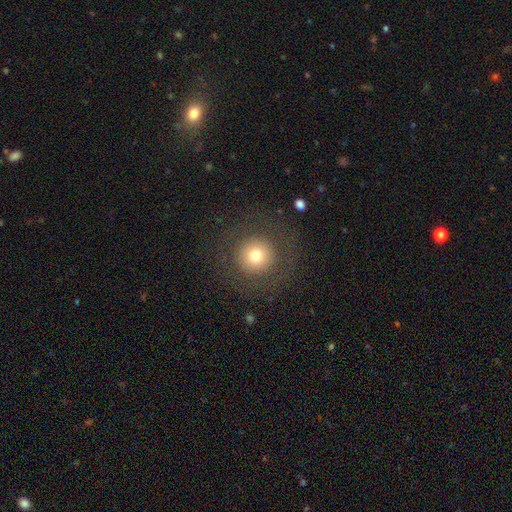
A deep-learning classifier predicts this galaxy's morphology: smooth_or_featured: smooth (p=0.71) [alt: featured or disk p=0.17]
how_rounded: round (p=0.95) [alt: in between p=0.04]
merging: none (p=0.82) [alt: major disturbance p=0.08]